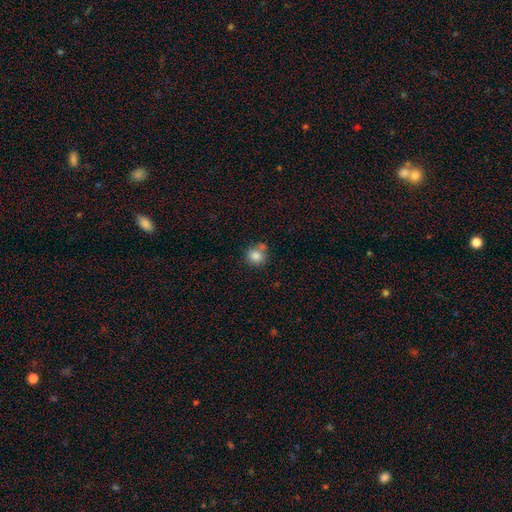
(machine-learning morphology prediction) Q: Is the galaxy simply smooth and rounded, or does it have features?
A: smooth — 83%.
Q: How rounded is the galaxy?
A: round — 81%.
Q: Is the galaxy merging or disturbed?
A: none — 62%.